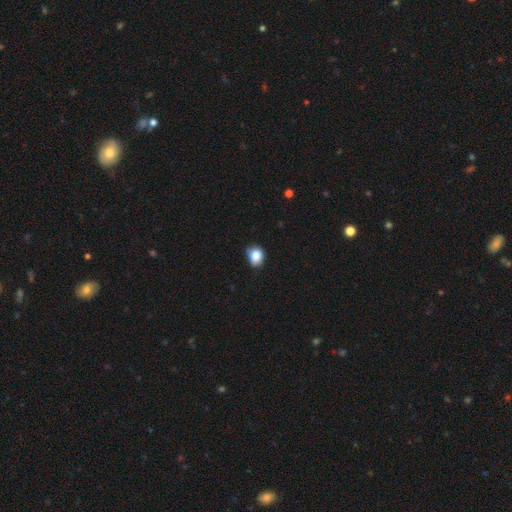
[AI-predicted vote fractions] A smooth galaxy with no disk features (84%) that is round (59%). Merging: none (71%).